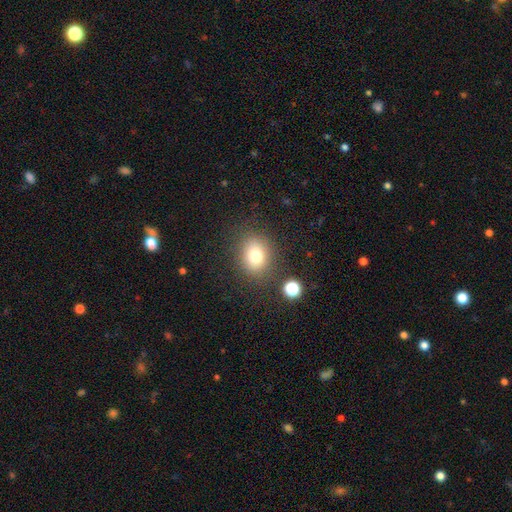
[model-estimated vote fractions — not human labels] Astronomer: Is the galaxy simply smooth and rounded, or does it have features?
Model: smooth — 76%.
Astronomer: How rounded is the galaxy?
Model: round — 57% (runner-up: in between, 42%).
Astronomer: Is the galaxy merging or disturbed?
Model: none — 81%.